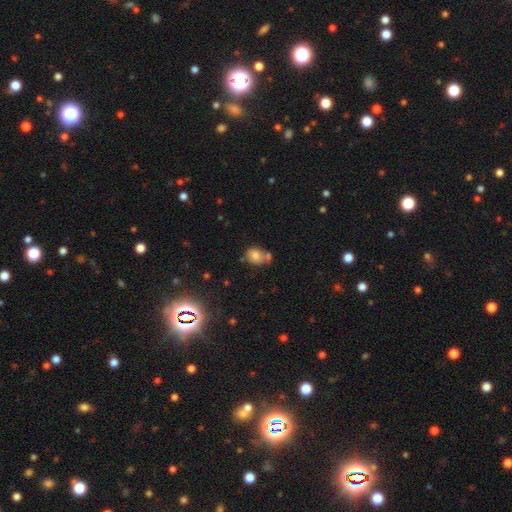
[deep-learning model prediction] Smooth or featured?
  - smooth: 79% *
  - featured or disk: 11%
  - star or artifact: 11%
How rounded?
  - round: 55% *
  - in between: 44%
  - cigar-shaped: 1%
Merging?
  - none: 50% *
  - merger: 28%
  - minor disturbance: 17%
  - major disturbance: 5%